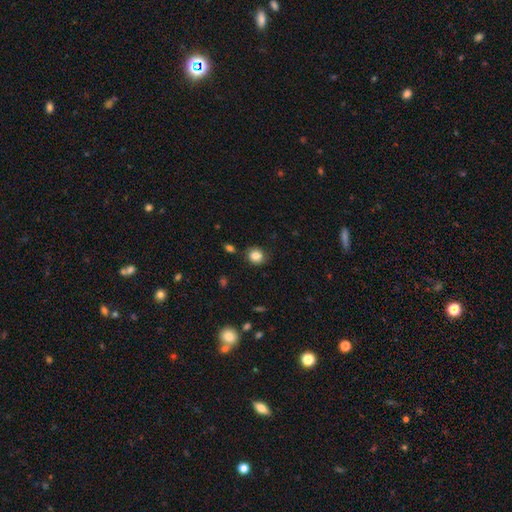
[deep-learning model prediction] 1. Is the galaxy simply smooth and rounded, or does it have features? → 84% smooth, 10% star or artifact, 6% featured or disk.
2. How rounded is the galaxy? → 81% round, 18% in between, 1% cigar-shaped.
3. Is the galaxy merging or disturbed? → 84% none, 11% minor disturbance, 3% merger, 3% major disturbance.